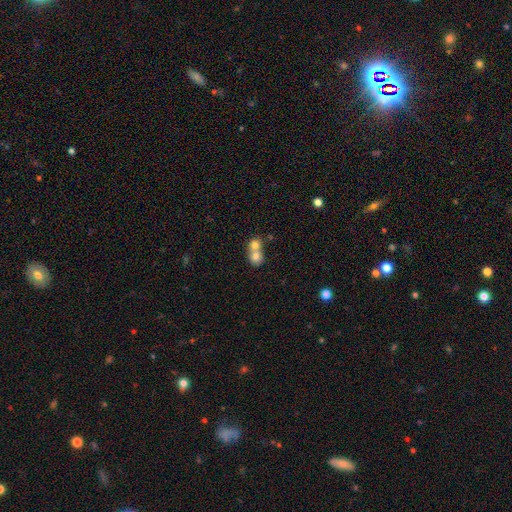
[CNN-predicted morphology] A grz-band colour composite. It shows a smooth galaxy with no disk features (74%) that is round (74%). Merging: merger (70%).